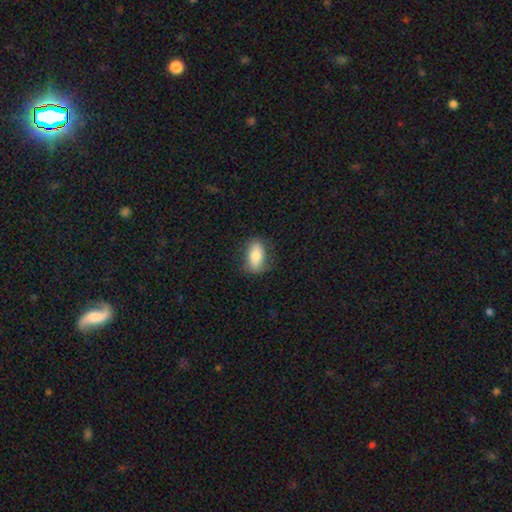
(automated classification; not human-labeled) This is likely a smooth galaxy (75%). How rounded: clearly in between (86%). Merging: likely none (77%).